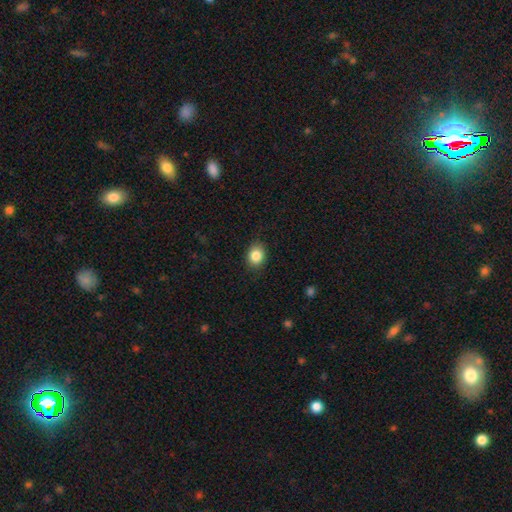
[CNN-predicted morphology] A smooth galaxy with no disk features (85%) that is round (54%).

Vote fractions:
- Smooth or featured? smooth: 85% / star or artifact: 9% / featured or disk: 6%
- How rounded? round: 54% / in between: 45% / cigar-shaped: 1%
- Merging? none: 86% / minor disturbance: 10% / major disturbance: 3% / merger: 1%